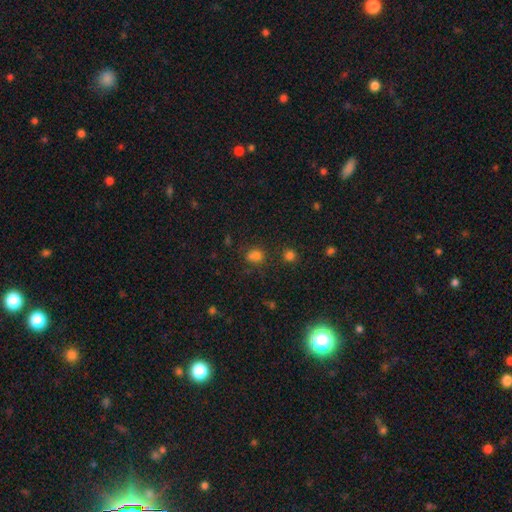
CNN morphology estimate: A smooth galaxy with no disk features (68%) that is round (57%).

Vote fractions:
- Smooth or featured? smooth: 68% / star or artifact: 24% / featured or disk: 8%
- How rounded? round: 57% / in between: 41% / cigar-shaped: 1%
- Merging? none: 57% / merger: 20% / minor disturbance: 16% / major disturbance: 7%